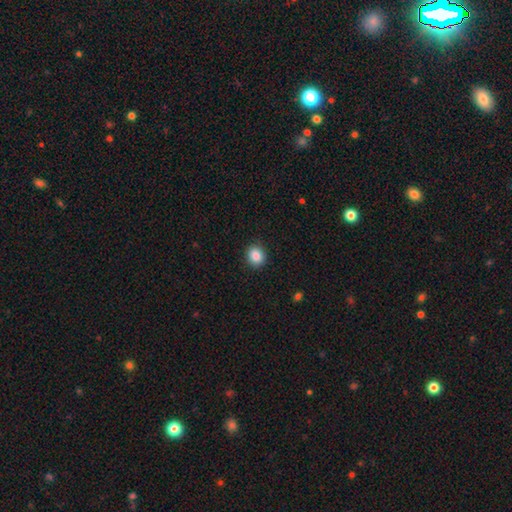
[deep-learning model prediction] Smooth or featured: smooth — 87% (star or artifact — 9%)
How rounded: round — 77% (in between — 22%)
Merging: none — 91% (minor disturbance — 6%)